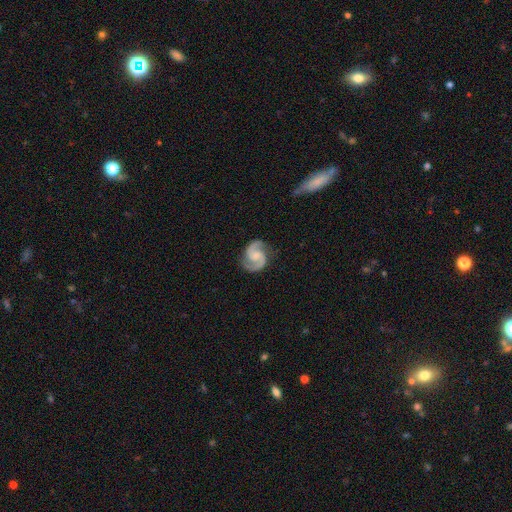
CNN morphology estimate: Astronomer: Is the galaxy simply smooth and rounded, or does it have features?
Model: featured or disk — 92%.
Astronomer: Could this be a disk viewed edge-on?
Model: no — 99%.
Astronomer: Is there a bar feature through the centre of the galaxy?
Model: no — 51% (runner-up: weak, 39%).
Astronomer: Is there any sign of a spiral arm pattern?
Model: yes — 99%.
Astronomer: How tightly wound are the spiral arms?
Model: medium — 62%.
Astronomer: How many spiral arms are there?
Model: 2 — 94%.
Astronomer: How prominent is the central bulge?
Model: small — 44% (runner-up: moderate, 28%).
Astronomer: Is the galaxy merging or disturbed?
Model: none — 84%.